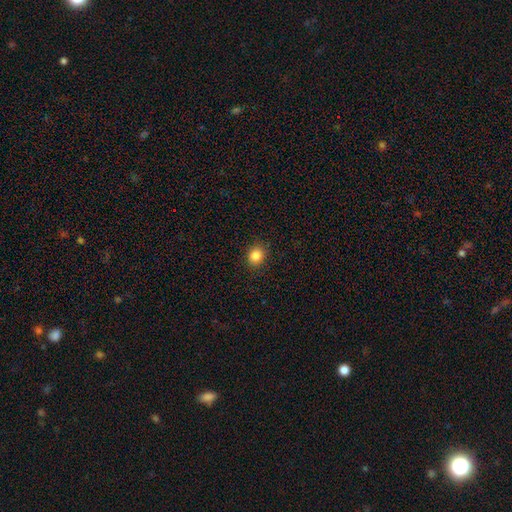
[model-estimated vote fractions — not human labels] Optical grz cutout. It shows a smooth galaxy with no disk features (85%) that is round (72%). Merging: none (90%).